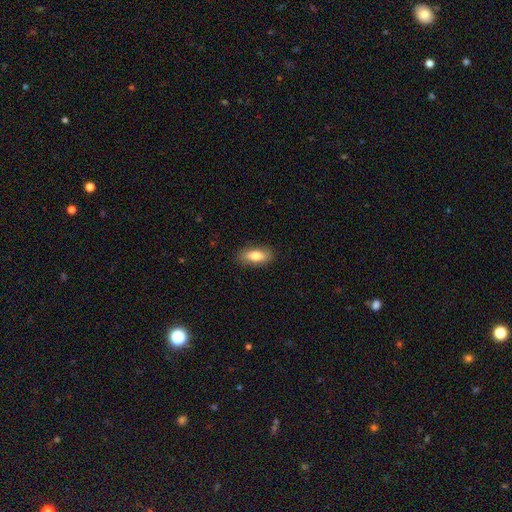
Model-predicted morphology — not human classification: smooth 80%, featured or disk 14%, star or artifact 6%. Down the decision tree: how rounded — in between (83%); merging — none (85%).